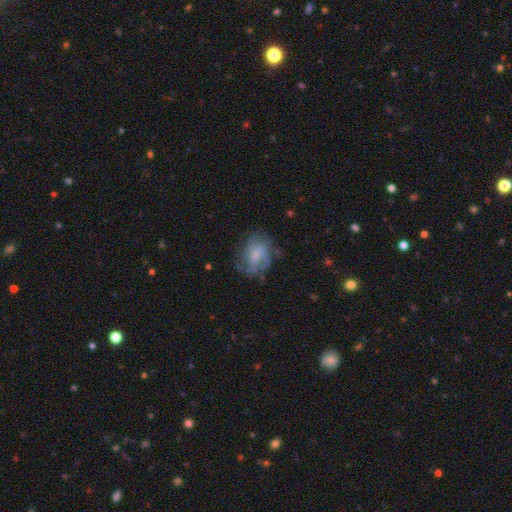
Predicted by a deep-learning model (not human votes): Overall: featured or disk (53%; smooth 38%). Edge-on disk: no (97%). Bar: no (46%; weak 44%). Spiral arms: yes (71%). Bulge size: small (35%; none 32%). Merging: none (55%; minor disturbance 24%).